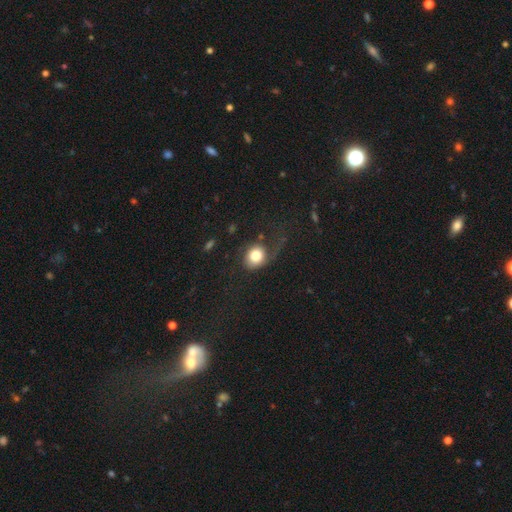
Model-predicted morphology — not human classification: Smooth or featured? Predicted: smooth (p=0.76). How rounded? Predicted: round (p=0.62). Merging? Predicted: none (p=0.47).